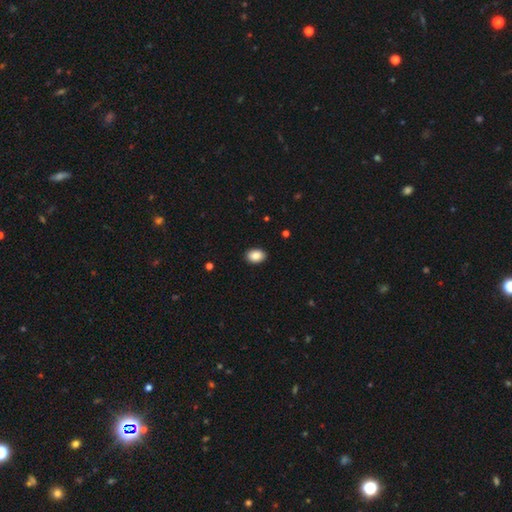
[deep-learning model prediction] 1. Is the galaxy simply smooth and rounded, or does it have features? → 87% smooth, 8% star or artifact, 5% featured or disk.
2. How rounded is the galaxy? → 80% in between, 19% round, 1% cigar-shaped.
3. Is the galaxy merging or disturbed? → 90% none, 7% minor disturbance, 2% major disturbance, 1% merger.